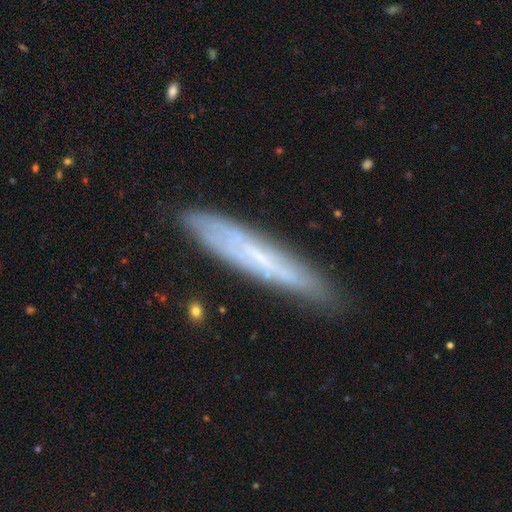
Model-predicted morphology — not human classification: smooth-or-featured: featured or disk: 56% | smooth: 36% | star or artifact: 8%
  disk-edge-on: yes: 70% | no: 30%
  merging: none: 80% | minor disturbance: 15% | major disturbance: 3% | merger: 2%